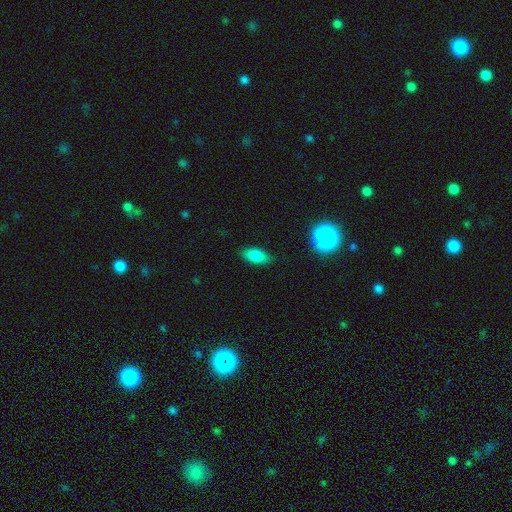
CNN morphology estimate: Smooth or featured? smooth (81%)
How rounded? in between (87%)
Merging? none (82%)